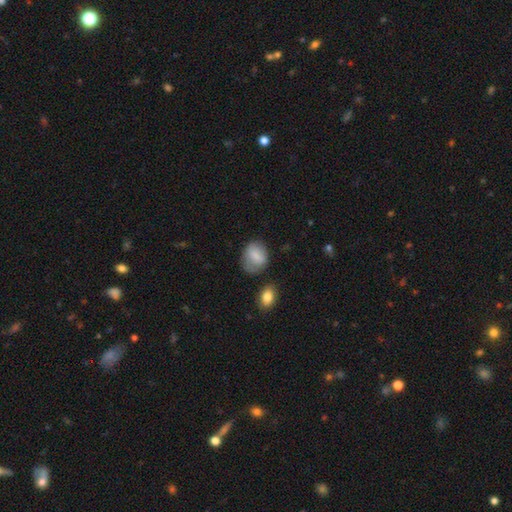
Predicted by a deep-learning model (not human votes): This appears to be a smooth galaxy with no disk features (76%) that is in between round and cigar-shaped (59%). Merging: none (62%).